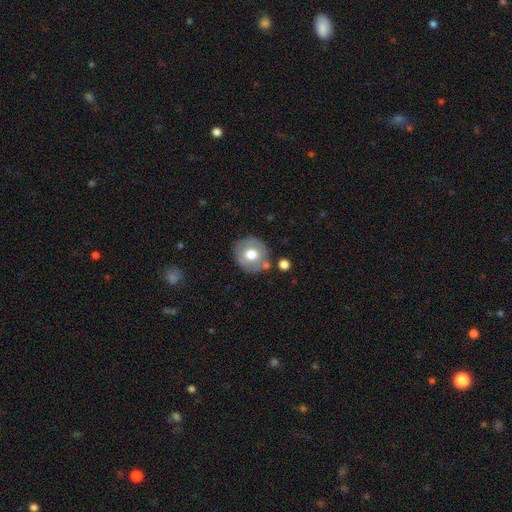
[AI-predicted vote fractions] Smooth or featured: smooth — 62% (featured or disk — 29%)
How rounded: round — 86% (in between — 13%)
Merging: none — 79% (minor disturbance — 11%)